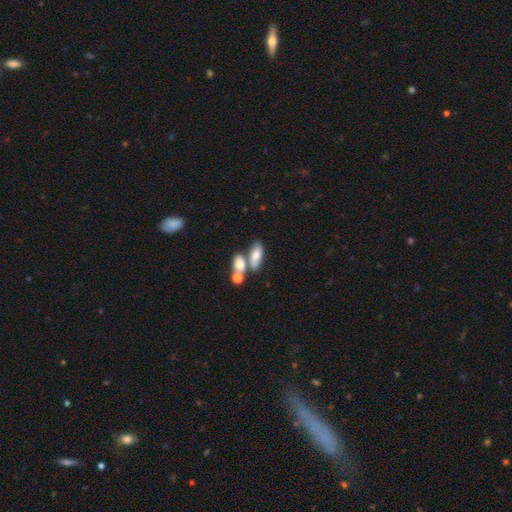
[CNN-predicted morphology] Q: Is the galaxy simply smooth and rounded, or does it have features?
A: smooth — 70%.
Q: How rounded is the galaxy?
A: in between — 80%.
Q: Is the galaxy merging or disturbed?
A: merger — 42%.